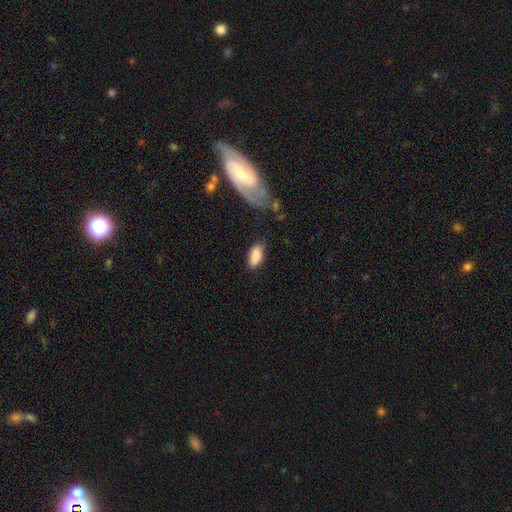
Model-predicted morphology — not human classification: This is clearly a smooth galaxy (86%). How rounded: clearly in between (91%). Merging: likely none (68%).